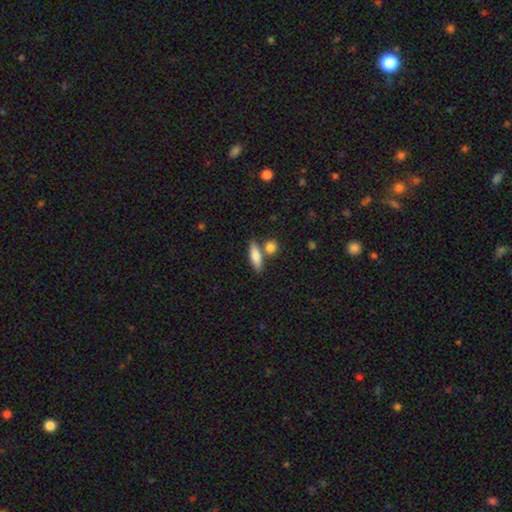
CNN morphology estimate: smooth 77%, featured or disk 16%, star or artifact 7%. Down the decision tree: how rounded — in between (48%); merging — none (66%).